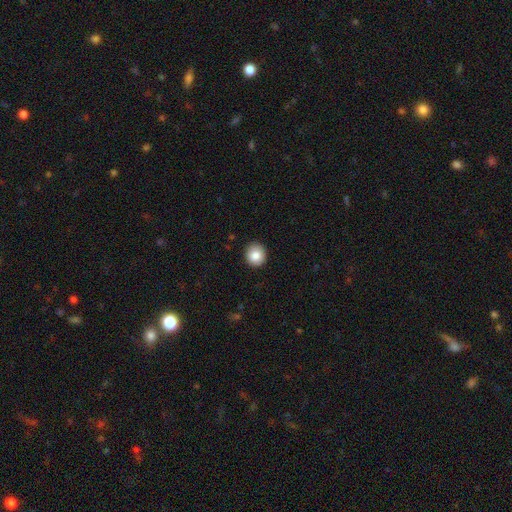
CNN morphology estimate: A smooth galaxy with no disk features (85%) that is round (88%).

Vote fractions:
- Smooth or featured? smooth: 85% / star or artifact: 8% / featured or disk: 7%
- How rounded? round: 88% / in between: 12% / cigar-shaped: 1%
- Merging? none: 90% / minor disturbance: 7% / major disturbance: 2% / merger: 1%